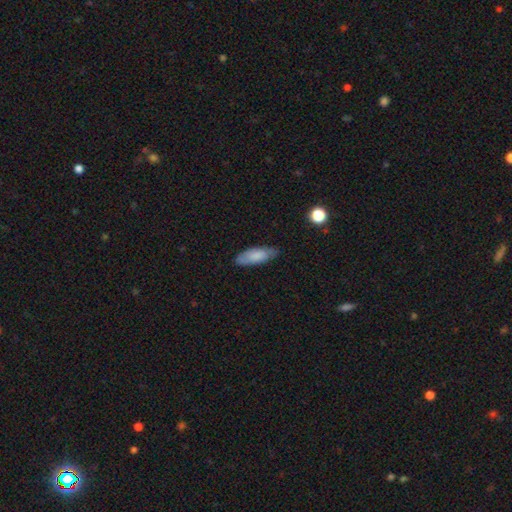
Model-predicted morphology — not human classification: The model was most divided on "how rounded": in between: 68%, cigar-shaped: 31%, round: 2%. More confident: smooth or featured — smooth (78%); merging — none (77%).